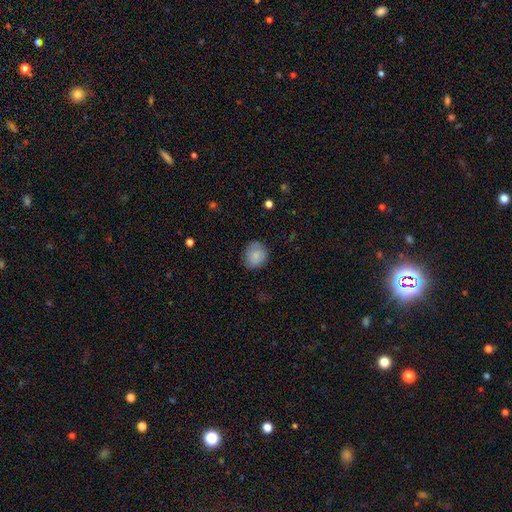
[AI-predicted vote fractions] This appears to be a smooth galaxy with no disk features (82%) that is round (76%). Merging: none (79%).